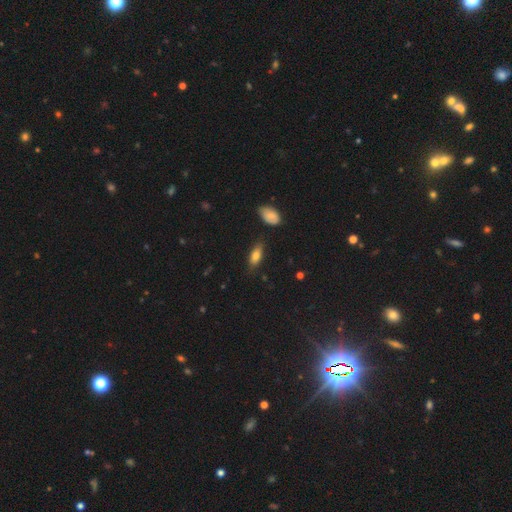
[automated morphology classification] A smooth galaxy with no disk features (77%) that is in between round and cigar-shaped (79%). Merging: none (74%).